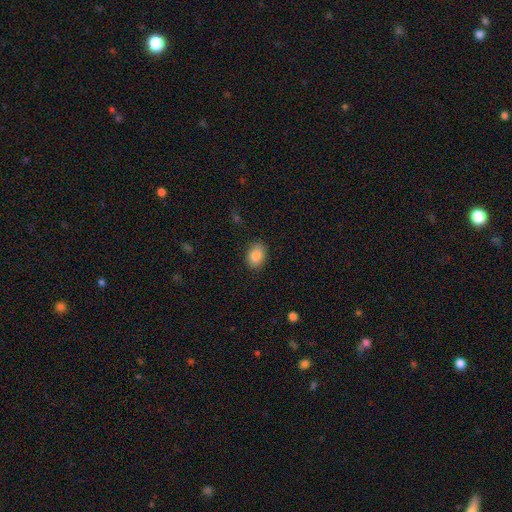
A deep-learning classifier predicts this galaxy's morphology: smooth_or_featured: smooth (p=0.87) [alt: star or artifact p=0.08]
how_rounded: in between (p=0.76) [alt: round p=0.23]
merging: none (p=0.86) [alt: minor disturbance p=0.11]